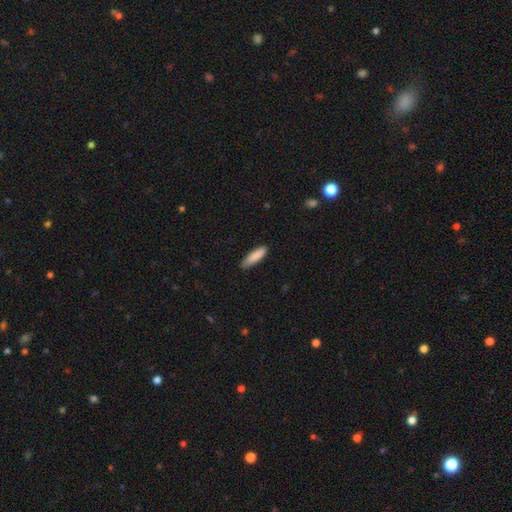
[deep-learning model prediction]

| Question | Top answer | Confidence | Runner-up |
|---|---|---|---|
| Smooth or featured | smooth | 87% | featured or disk (7%) |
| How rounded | cigar-shaped | 64% | in between (35%) |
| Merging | none | 83% | minor disturbance (14%) |